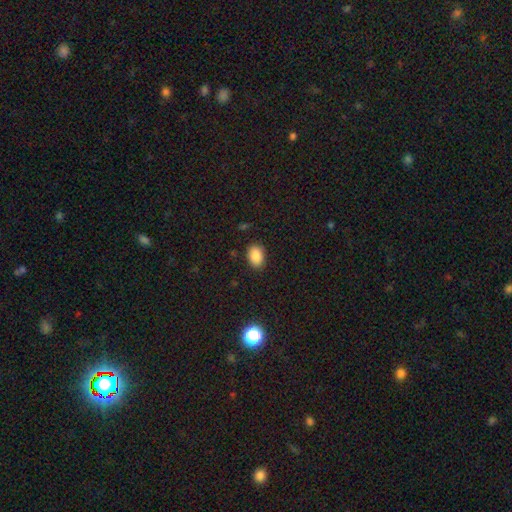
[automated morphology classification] This is clearly a smooth galaxy (87%). How rounded: clearly in between (81%). Merging: clearly none (86%).